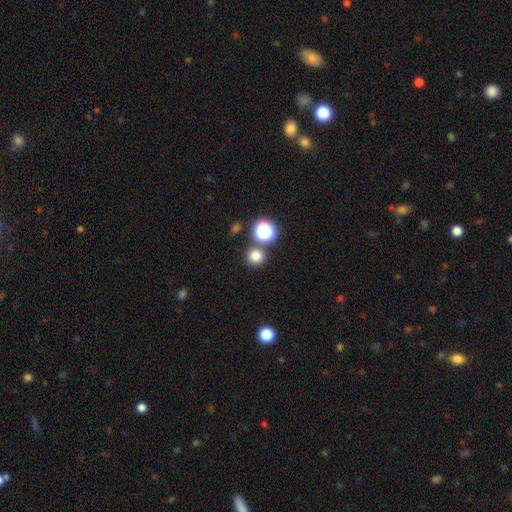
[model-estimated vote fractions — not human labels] Smooth or featured?
  - smooth: 77% *
  - star or artifact: 17%
  - featured or disk: 6%
How rounded?
  - round: 92% *
  - in between: 7%
  - cigar-shaped: 1%
Merging?
  - none: 80% *
  - merger: 11%
  - minor disturbance: 7%
  - major disturbance: 3%